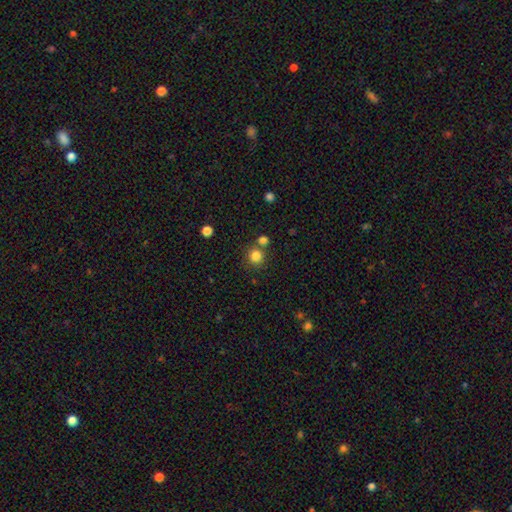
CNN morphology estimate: Smooth or featured? smooth (83%)
How rounded? round (91%)
Merging? none (72%)